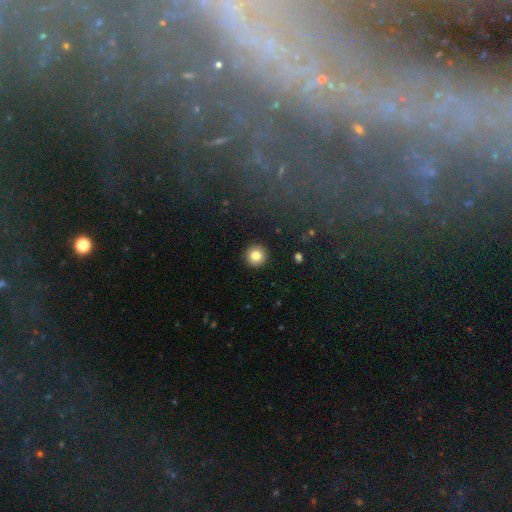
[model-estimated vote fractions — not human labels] This is clearly a smooth galaxy (82%). How rounded: clearly round (95%). Merging: clearly none (93%).